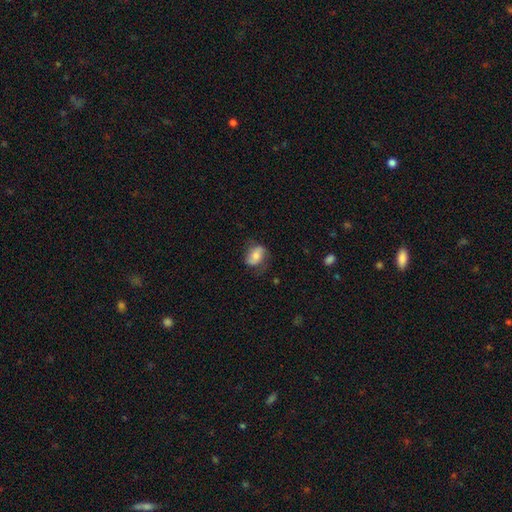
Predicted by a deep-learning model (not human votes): smooth-or-featured: smooth: 62% | featured or disk: 31% | star or artifact: 8%
  how-rounded: in between: 80% | round: 18% | cigar-shaped: 2%
  merging: none: 64% | minor disturbance: 25% | major disturbance: 10% | merger: 1%